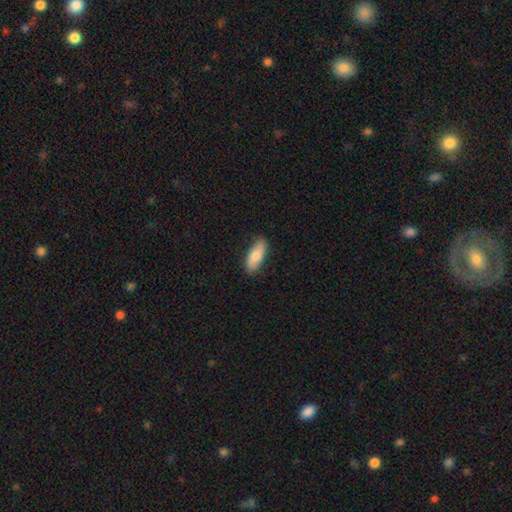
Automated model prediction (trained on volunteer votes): Q: Smooth or featured?
A: smooth (77%); runner-up: featured or disk (18%)
Q: How rounded?
A: in between (75%); runner-up: cigar-shaped (22%)
Q: Merging?
A: none (83%); runner-up: minor disturbance (14%)